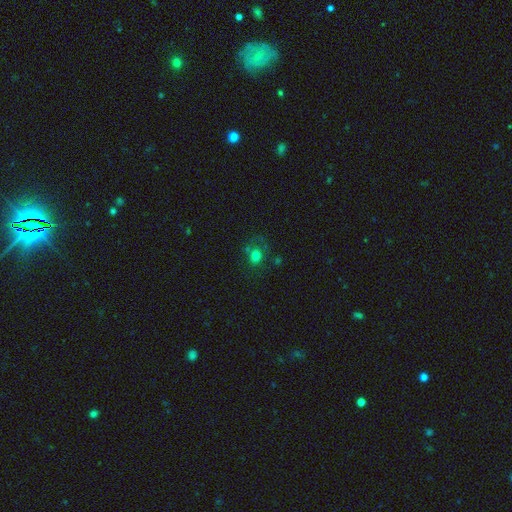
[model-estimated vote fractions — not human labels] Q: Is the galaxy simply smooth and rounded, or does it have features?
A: smooth — 65%.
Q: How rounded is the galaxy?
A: round — 69%.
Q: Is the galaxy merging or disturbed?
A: none — 52%.